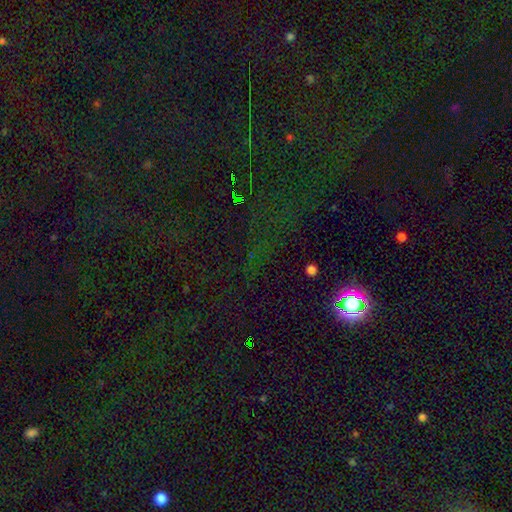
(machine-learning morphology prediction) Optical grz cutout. It shows a star or artifact, not a galaxy (77%).